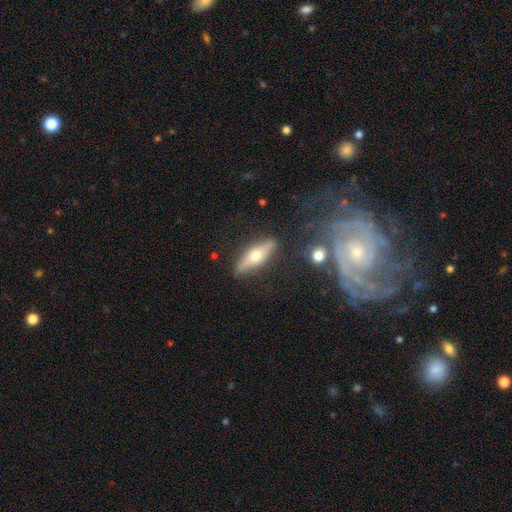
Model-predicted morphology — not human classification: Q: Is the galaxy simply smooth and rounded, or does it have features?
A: featured or disk — 55%.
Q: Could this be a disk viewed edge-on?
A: yes — 88%.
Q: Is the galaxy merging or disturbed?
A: none — 83%.